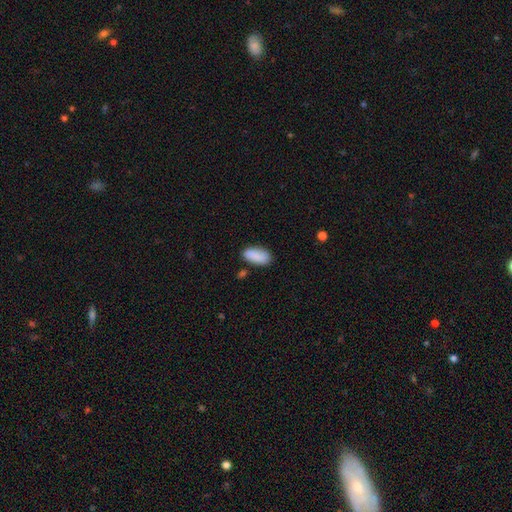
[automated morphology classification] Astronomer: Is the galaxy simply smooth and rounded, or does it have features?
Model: smooth — 86%.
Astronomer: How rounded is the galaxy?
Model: in between — 91%.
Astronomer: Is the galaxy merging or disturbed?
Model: none — 78%.